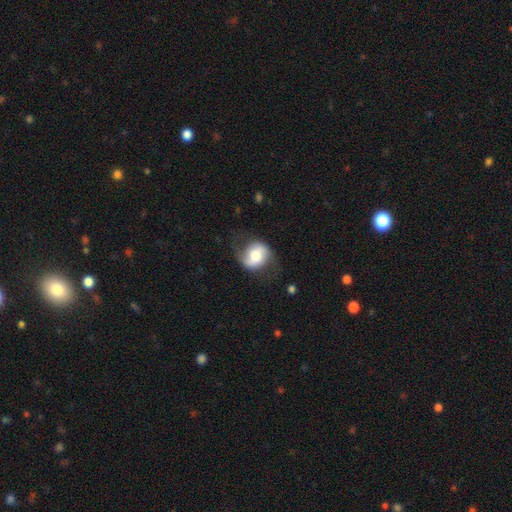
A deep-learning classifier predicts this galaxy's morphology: A featured or disk galaxy (56%) with no bar (43%), spiral arms (85%) and a moderate central bulge (46%).

Vote fractions:
- Smooth or featured? featured or disk: 56% / smooth: 36% / star or artifact: 7%
- Edge-on disk? no: 97% / yes: 3%
- Bar? no: 43% / weak: 38% / strong: 19%
- Spiral arms? yes: 85% / no: 15%
- Bulge size? moderate: 46% / large: 31% / small: 13% / dominant: 7% / none: 4%
- Merging? none: 60% / minor disturbance: 23% / major disturbance: 15% / merger: 1%